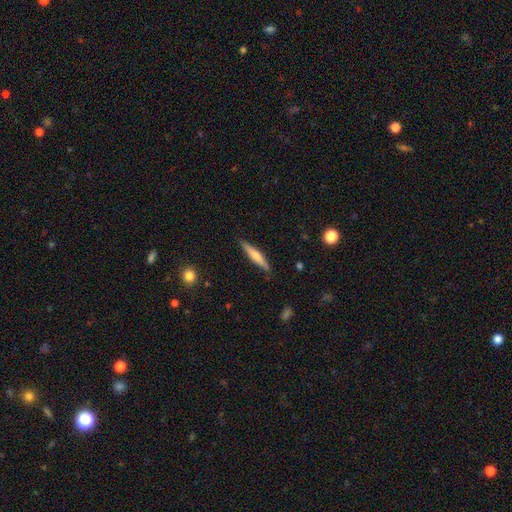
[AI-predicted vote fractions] Q: Smooth or featured?
A: smooth (51%); runner-up: featured or disk (43%)
Q: How rounded?
A: cigar-shaped (90%); runner-up: in between (9%)
Q: Merging?
A: none (88%); runner-up: minor disturbance (9%)